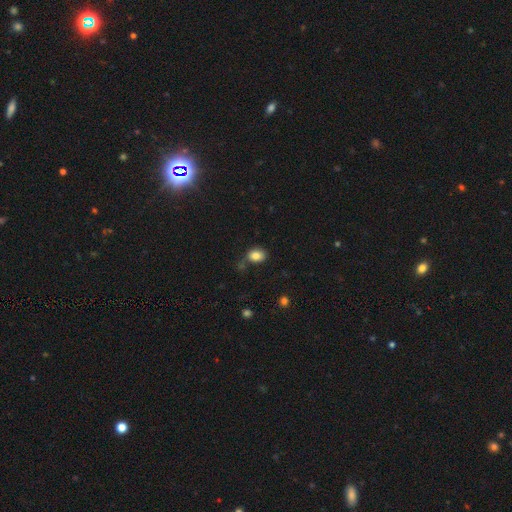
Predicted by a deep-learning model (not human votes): Q: Smooth or featured?
A: smooth (84%); runner-up: star or artifact (10%)
Q: How rounded?
A: in between (67%); runner-up: round (31%)
Q: Merging?
A: none (64%); runner-up: minor disturbance (20%)